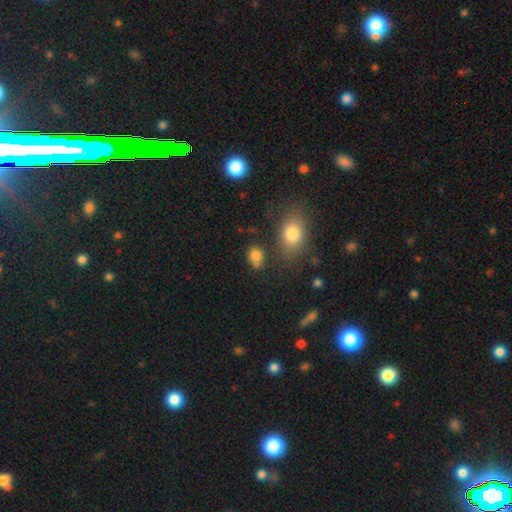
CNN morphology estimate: smooth 82%, star or artifact 12%, featured or disk 7%. Down the decision tree: how rounded — in between (62%); merging — none (63%).